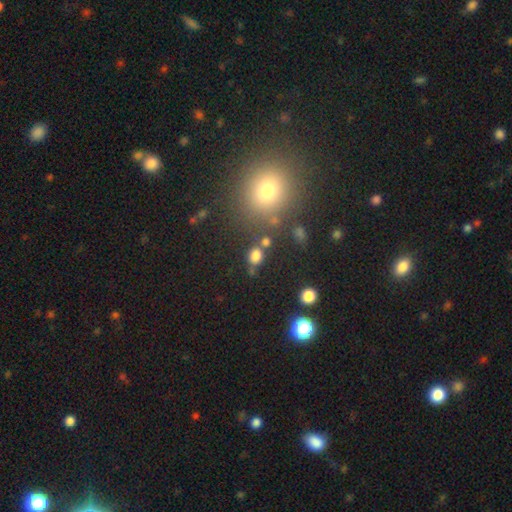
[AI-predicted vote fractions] Overall: smooth (77%). How rounded: round (49%, tied with in between). Merging: none (63%).